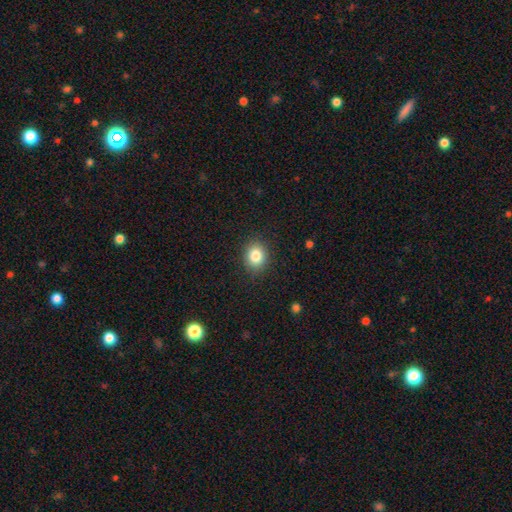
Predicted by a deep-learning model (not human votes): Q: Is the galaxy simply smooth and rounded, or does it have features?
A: smooth — 83%.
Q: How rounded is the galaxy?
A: round — 62%.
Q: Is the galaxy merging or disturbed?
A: none — 88%.